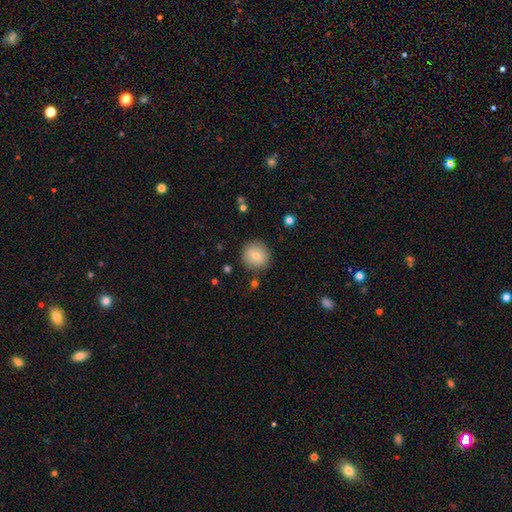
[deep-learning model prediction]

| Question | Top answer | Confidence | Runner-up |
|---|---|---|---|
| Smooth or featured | smooth | 77% | featured or disk (14%) |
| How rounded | round | 92% | in between (7%) |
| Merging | none | 87% | minor disturbance (9%) |